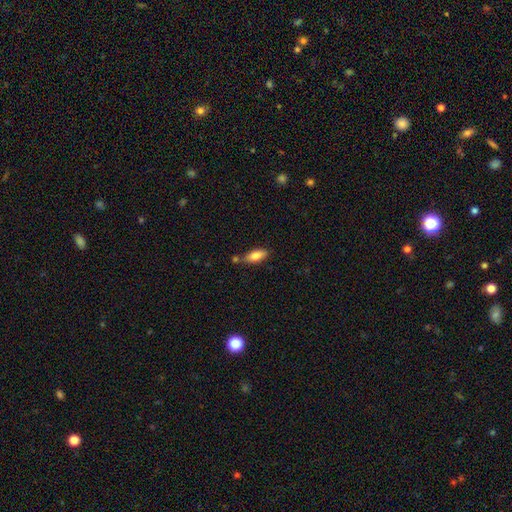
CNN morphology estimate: smooth_or_featured: smooth (p=0.81) [alt: featured or disk p=0.12]
how_rounded: in between (p=0.78) [alt: cigar-shaped p=0.20]
merging: none (p=0.65) [alt: minor disturbance p=0.18]